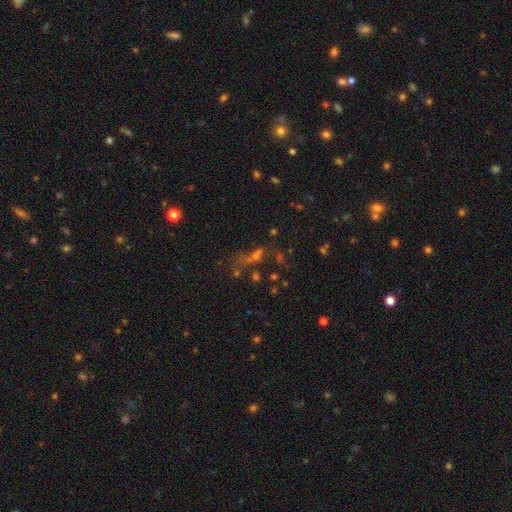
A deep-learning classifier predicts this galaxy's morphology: type=star or artifact (45%).